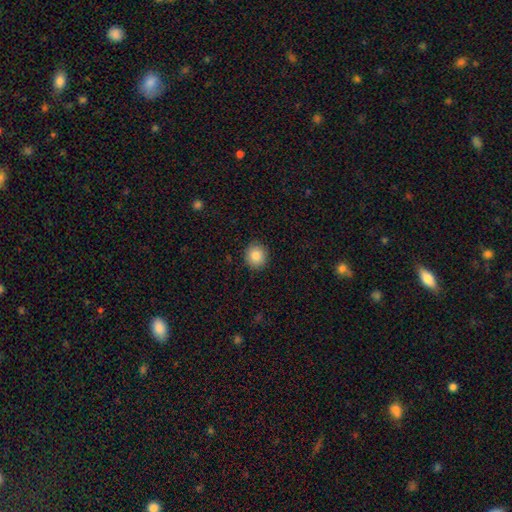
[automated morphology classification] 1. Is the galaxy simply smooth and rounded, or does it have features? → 85% smooth, 9% star or artifact, 6% featured or disk.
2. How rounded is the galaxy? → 88% round, 11% in between, 1% cigar-shaped.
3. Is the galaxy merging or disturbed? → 91% none, 6% minor disturbance, 2% major disturbance, 1% merger.